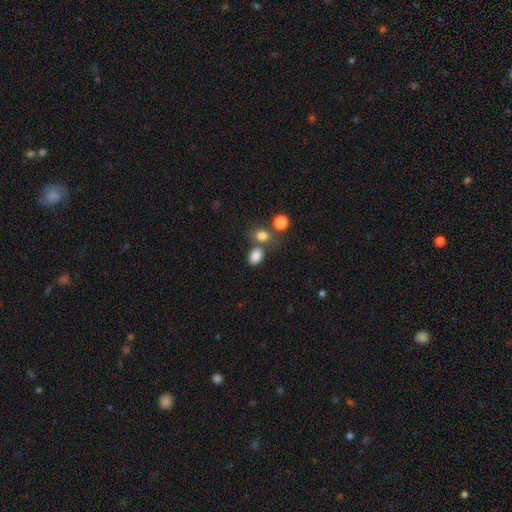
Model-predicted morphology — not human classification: This is clearly a smooth galaxy (83%). How rounded: likely in between (74%). Merging: possibly none (57%).